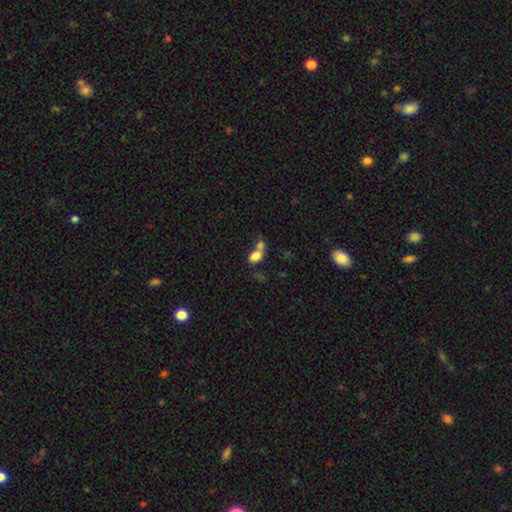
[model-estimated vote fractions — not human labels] smooth 77%, featured or disk 12%, star or artifact 10%. Down the decision tree: how rounded — in between (78%); merging — merger (62%).